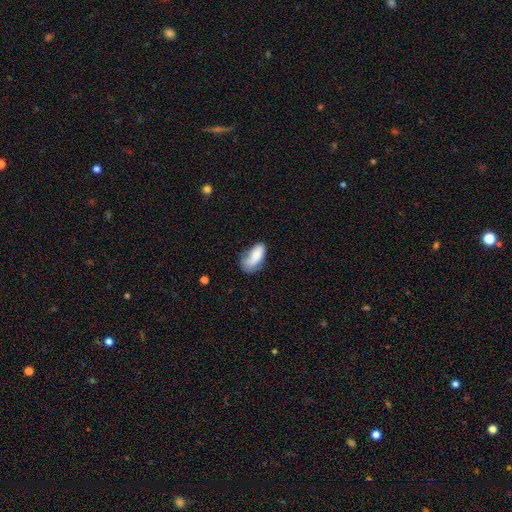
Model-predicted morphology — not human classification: Smooth or featured?
  - smooth: 80% *
  - featured or disk: 12%
  - star or artifact: 7%
How rounded?
  - in between: 90% *
  - cigar-shaped: 7%
  - round: 3%
Merging?
  - none: 42% *
  - minor disturbance: 34%
  - major disturbance: 18%
  - merger: 5%